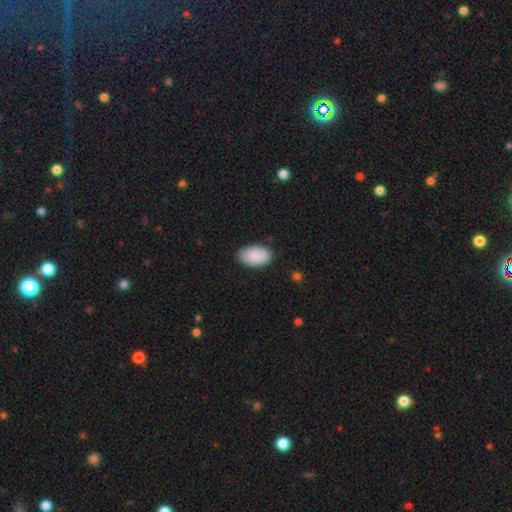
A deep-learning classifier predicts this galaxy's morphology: The model was most divided on "merging": none: 83%, minor disturbance: 14%, major disturbance: 3%, merger: 1%. More confident: how rounded — in between (93%); smooth or featured — smooth (88%).